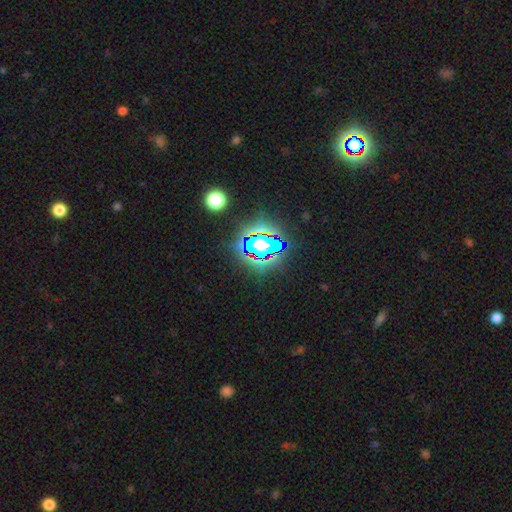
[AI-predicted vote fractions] Q: Smooth or featured?
A: star or artifact (80%); runner-up: smooth (13%)